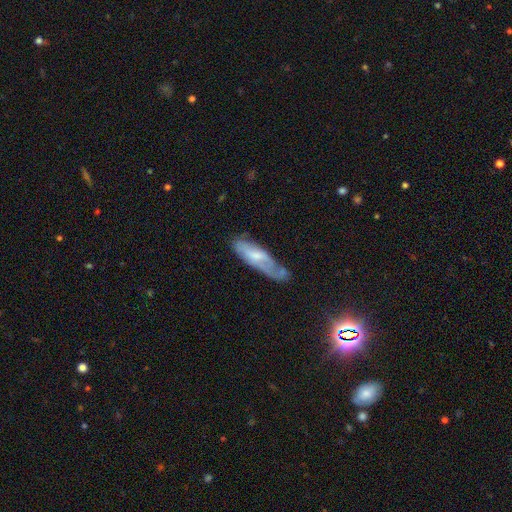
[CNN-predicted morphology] Smooth or featured? Predicted: featured or disk (p=0.50). Merging? Predicted: none (p=0.43).